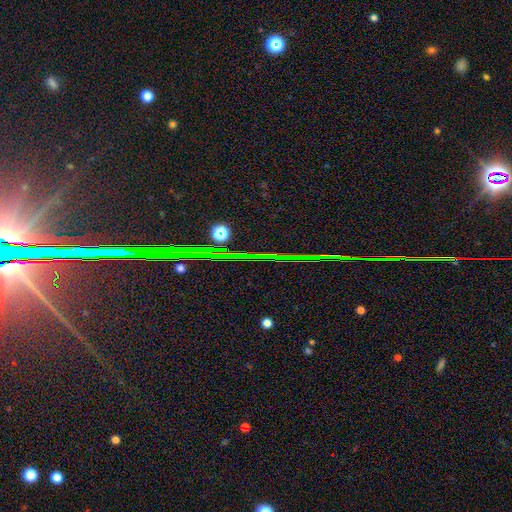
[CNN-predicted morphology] Smooth or featured?
  - star or artifact: 87% *
  - featured or disk: 8%
  - smooth: 5%